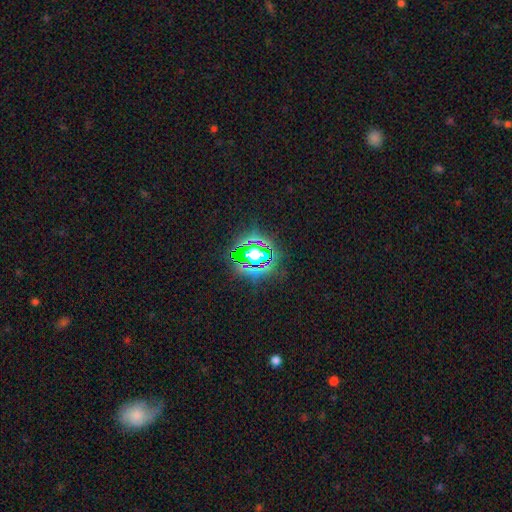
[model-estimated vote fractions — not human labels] Q: Smooth or featured?
A: star or artifact (65%); runner-up: smooth (21%)